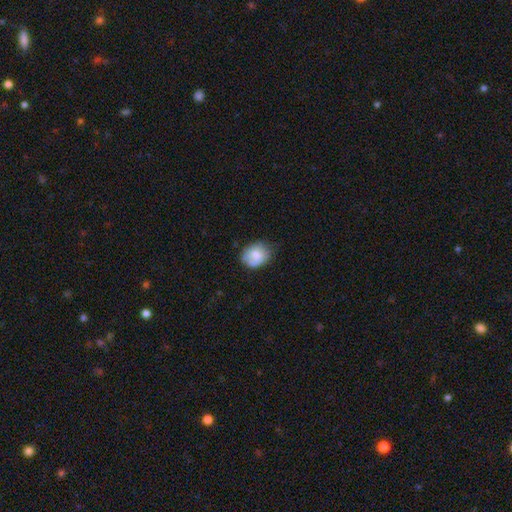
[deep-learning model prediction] Q: Smooth or featured?
A: smooth (79%); runner-up: featured or disk (14%)
Q: How rounded?
A: in between (50%); runner-up: round (49%)
Q: Merging?
A: none (58%); runner-up: minor disturbance (33%)